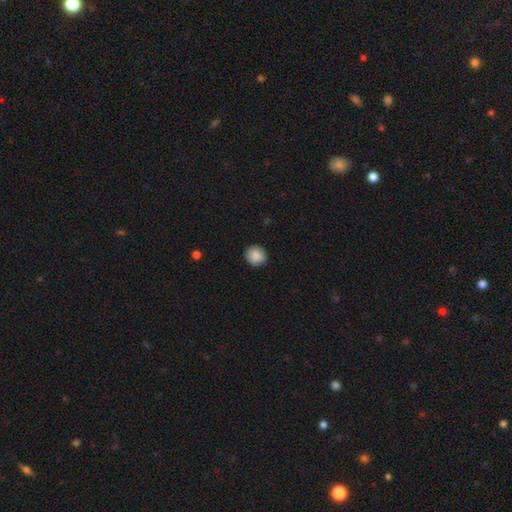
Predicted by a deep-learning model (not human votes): A smooth galaxy with no disk features (88%) that is round (89%). Merging: none (90%).